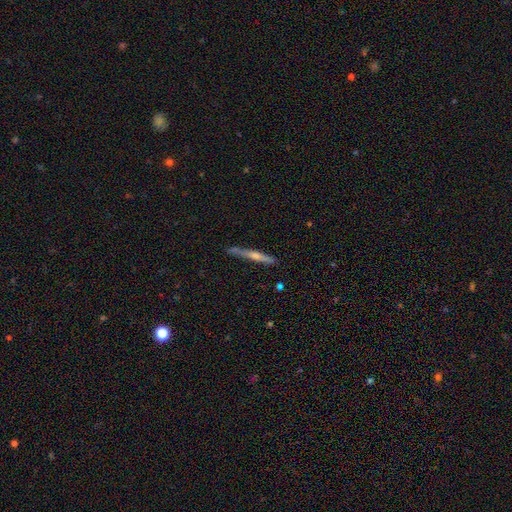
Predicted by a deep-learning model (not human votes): This is likely a featured or disk galaxy (65%). It is clearly viewed edge-on (97%). Edge-on bulge: likely rounded (69%). Merging: clearly none (85%).